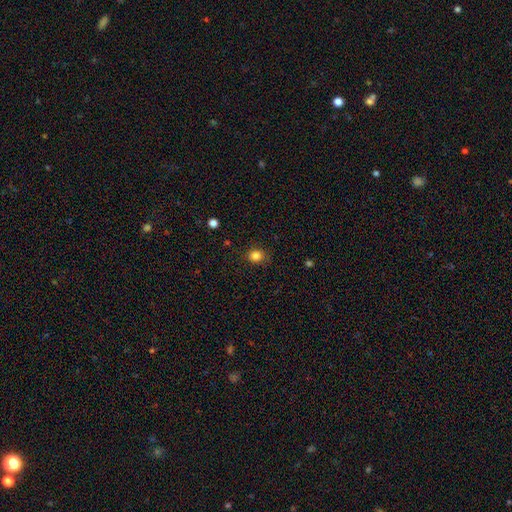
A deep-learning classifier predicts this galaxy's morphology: smooth_or_featured: smooth (p=0.84) [alt: star or artifact p=0.12]
how_rounded: round (p=0.79) [alt: in between p=0.20]
merging: none (p=0.86) [alt: minor disturbance p=0.10]